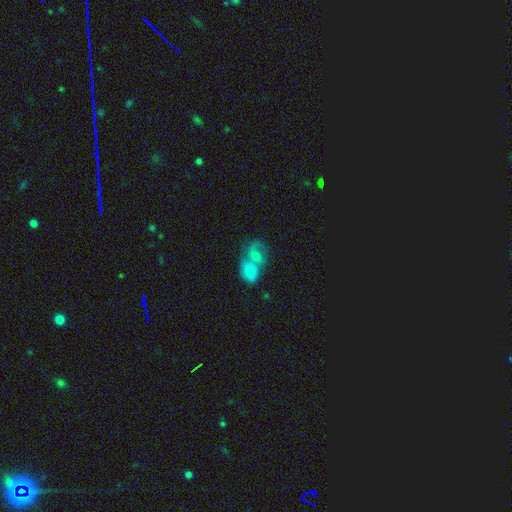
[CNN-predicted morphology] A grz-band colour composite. It shows a smooth galaxy with no disk features (52%) that is in between round and cigar-shaped (62%). Merging: merger (70%).